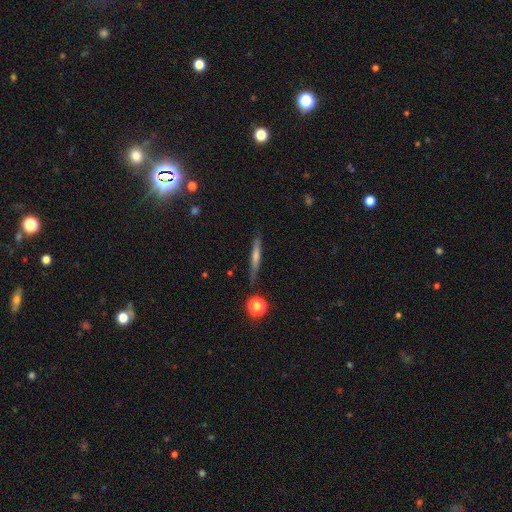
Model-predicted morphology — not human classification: Overall: featured or disk (55%; smooth 30%). Edge-on disk: yes (94%). Edge-on bulge: rounded (63%; none 26%). Merging: none (86%).